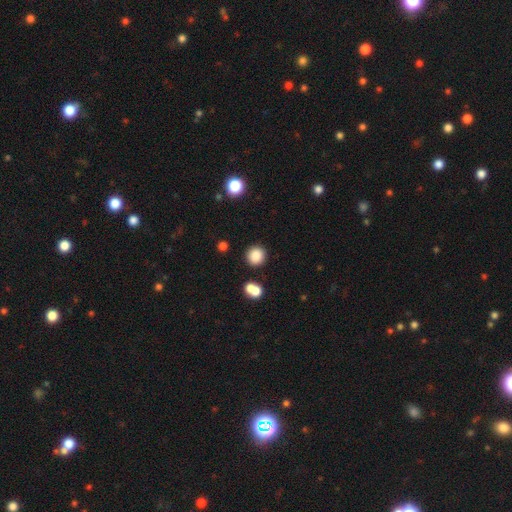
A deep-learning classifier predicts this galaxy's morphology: smooth 84%, star or artifact 11%, featured or disk 5%. Down the decision tree: how rounded — round (91%); merging — none (84%).